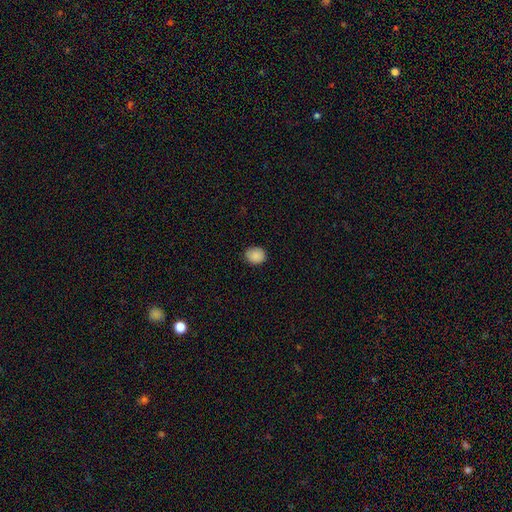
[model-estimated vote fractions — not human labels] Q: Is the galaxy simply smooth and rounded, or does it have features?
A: smooth — 88%.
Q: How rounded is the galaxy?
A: round — 66%.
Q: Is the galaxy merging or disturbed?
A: none — 85%.